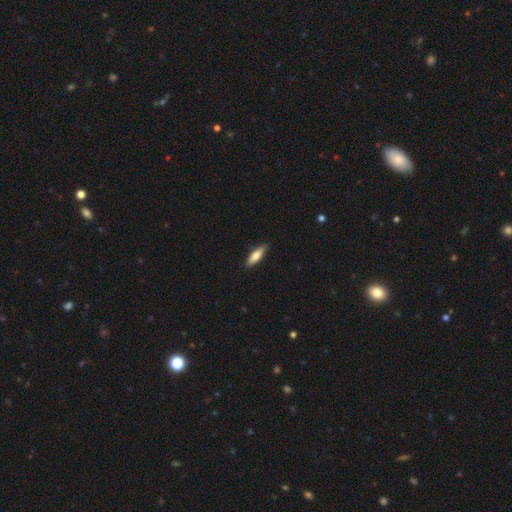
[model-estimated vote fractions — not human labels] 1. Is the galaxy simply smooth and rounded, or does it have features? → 76% smooth, 18% featured or disk, 6% star or artifact.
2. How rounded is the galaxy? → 52% cigar-shaped, 46% in between, 2% round.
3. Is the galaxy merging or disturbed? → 82% none, 15% minor disturbance, 2% major disturbance, 1% merger.